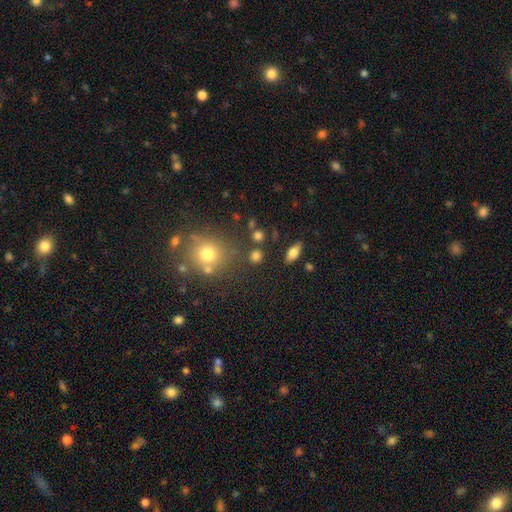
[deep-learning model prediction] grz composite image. It shows a smooth galaxy with no disk features (77%) that is round (74%). Merging: none (78%).